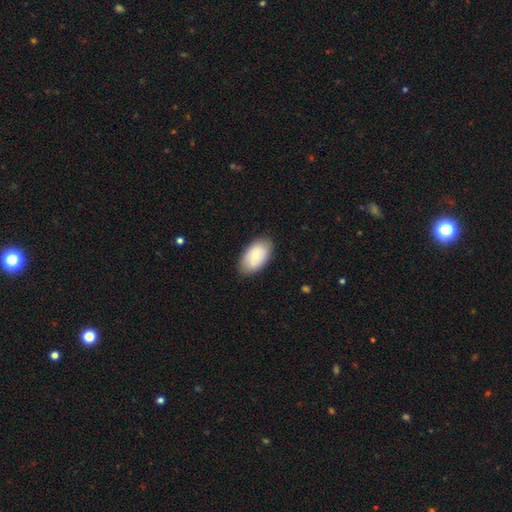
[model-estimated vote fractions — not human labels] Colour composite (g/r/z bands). It shows a smooth galaxy with no disk features (68%) that is in between round and cigar-shaped (93%). Merging: none (84%).